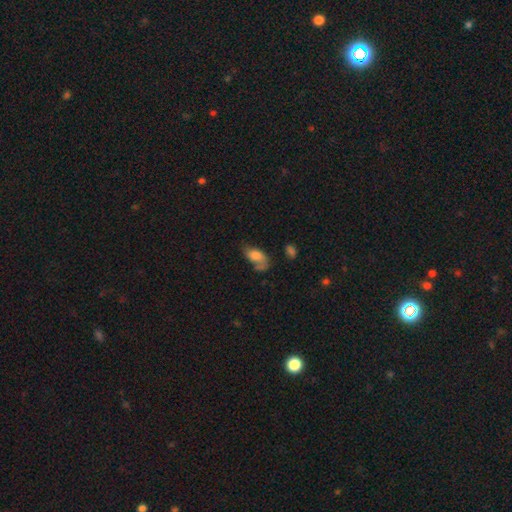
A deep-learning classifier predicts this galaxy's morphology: Q: Smooth or featured?
A: smooth (65%); runner-up: featured or disk (27%)
Q: How rounded?
A: in between (90%); runner-up: round (6%)
Q: Merging?
A: none (38%); runner-up: minor disturbance (29%)